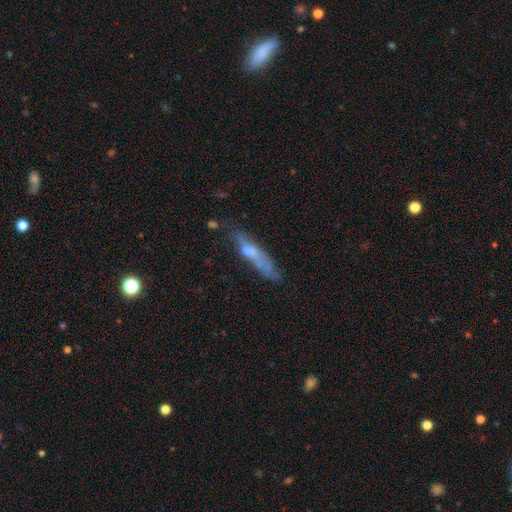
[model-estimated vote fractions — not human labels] Q: Smooth or featured?
A: smooth (46%); runner-up: featured or disk (43%)
Q: Merging?
A: none (54%); runner-up: minor disturbance (27%)